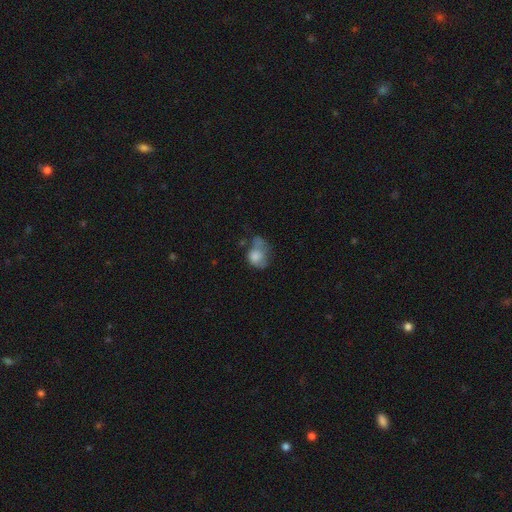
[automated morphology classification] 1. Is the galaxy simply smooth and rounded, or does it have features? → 69% smooth, 21% featured or disk, 10% star or artifact.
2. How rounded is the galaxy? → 54% in between, 45% round, 1% cigar-shaped.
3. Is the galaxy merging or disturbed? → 32% major disturbance, 24% minor disturbance, 22% none, 22% merger.